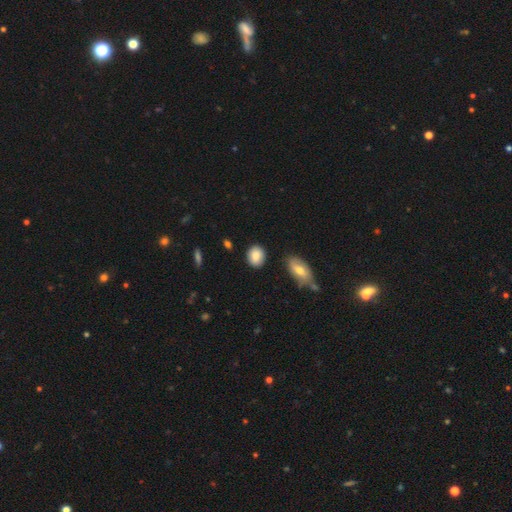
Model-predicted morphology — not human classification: smooth 85%, featured or disk 8%, star or artifact 7%. Down the decision tree: how rounded — round (55%); merging — none (85%).